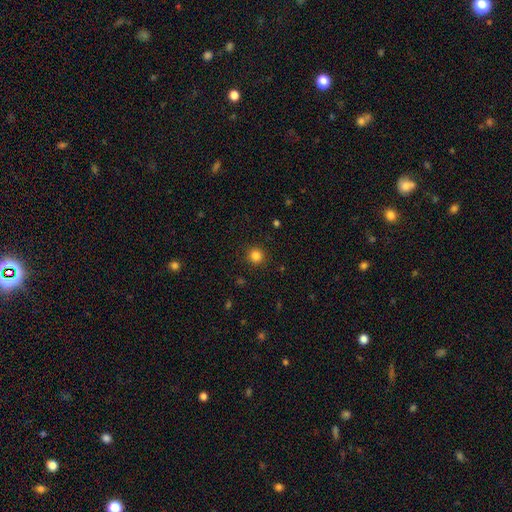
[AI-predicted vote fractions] smooth_or_featured: smooth (p=0.84) [alt: star or artifact p=0.12]
how_rounded: round (p=0.93) [alt: in between p=0.06]
merging: none (p=0.91) [alt: minor disturbance p=0.06]